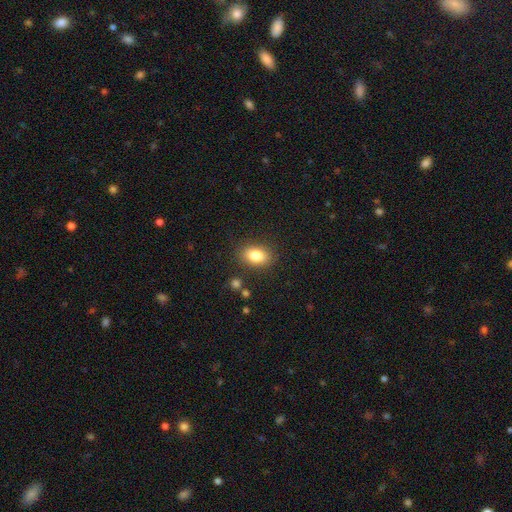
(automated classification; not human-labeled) The model was most divided on "how rounded": in between: 78%, round: 21%, cigar-shaped: 1%. More confident: merging — none (85%); smooth or featured — smooth (83%).